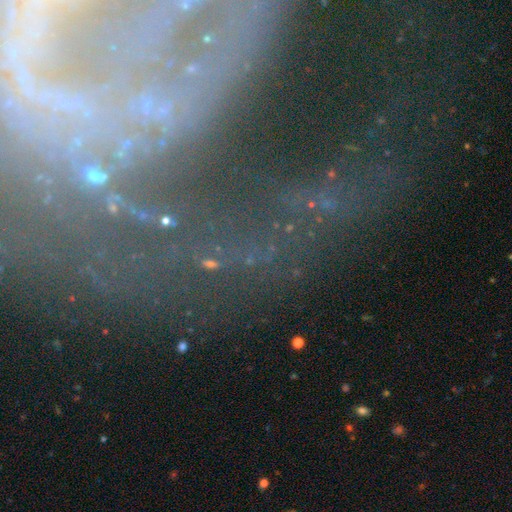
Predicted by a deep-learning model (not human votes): This is possibly a featured or disk galaxy (46%). Merging: possibly none (60%).